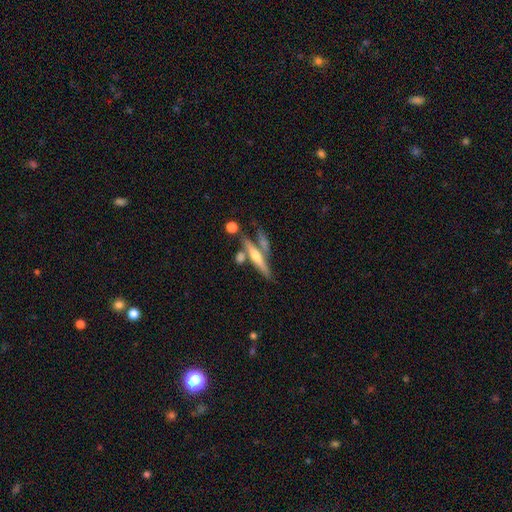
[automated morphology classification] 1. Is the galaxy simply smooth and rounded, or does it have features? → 59% featured or disk, 34% smooth, 7% star or artifact.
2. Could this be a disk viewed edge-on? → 91% yes, 9% no.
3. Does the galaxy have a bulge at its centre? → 81% rounded, 13% none, 6% boxy.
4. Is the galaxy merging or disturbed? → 58% none, 23% merger, 14% minor disturbance, 6% major disturbance.